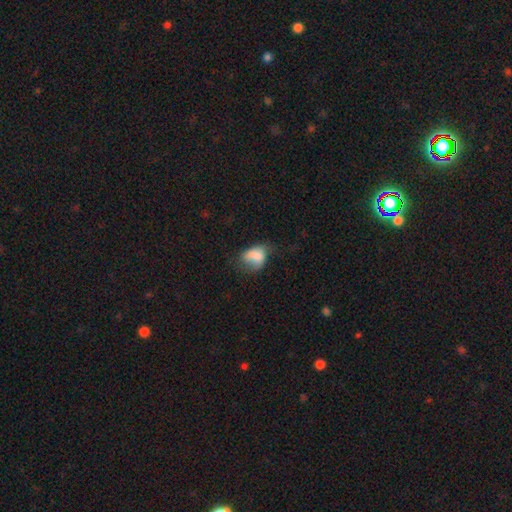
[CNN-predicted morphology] smooth_or_featured: smooth (p=0.71) [alt: featured or disk p=0.20]
how_rounded: in between (p=0.75) [alt: round p=0.24]
merging: minor disturbance (p=0.32) [alt: major disturbance p=0.31]